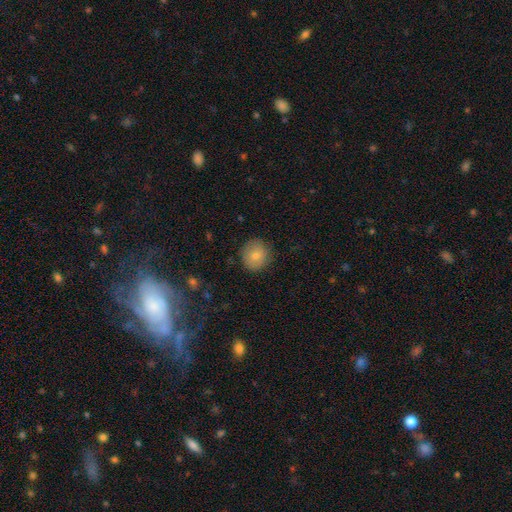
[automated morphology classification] Smooth or featured? smooth (80%)
How rounded? round (88%)
Merging? none (85%)